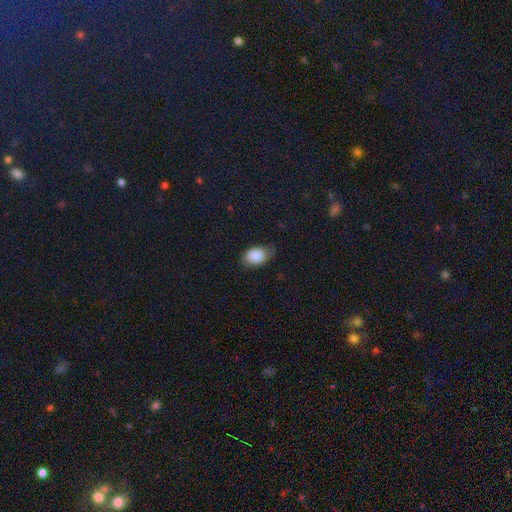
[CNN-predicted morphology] Smooth or featured: smooth — 88% (star or artifact — 7%)
How rounded: in between — 82% (round — 16%)
Merging: none — 61% (minor disturbance — 31%)